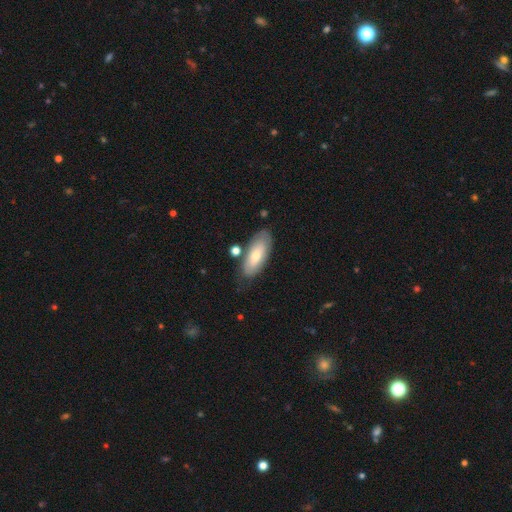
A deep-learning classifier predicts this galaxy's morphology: smooth 68%, featured or disk 26%, star or artifact 6%. Down the decision tree: how rounded — in between (81%); merging — none (73%).